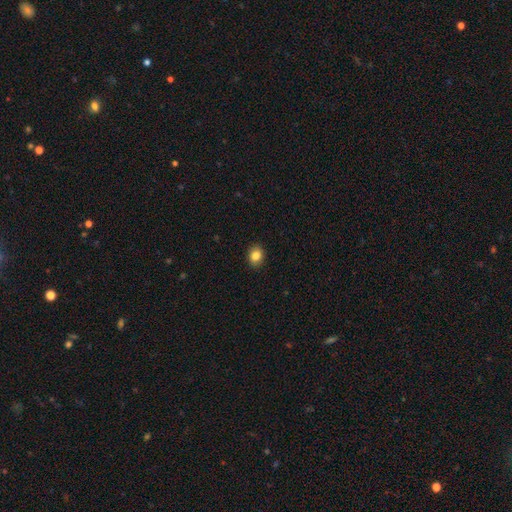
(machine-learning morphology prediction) Smooth or featured? smooth (84%)
How rounded? in between (50%)
Merging? none (91%)